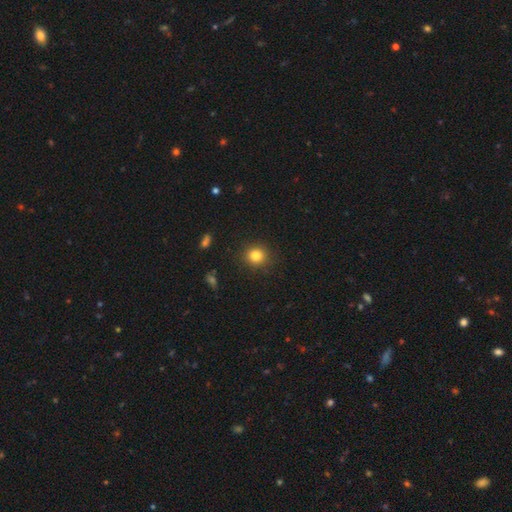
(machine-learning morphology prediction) Smooth or featured: smooth — 83% (star or artifact — 12%)
How rounded: round — 88% (in between — 11%)
Merging: none — 90% (minor disturbance — 7%)